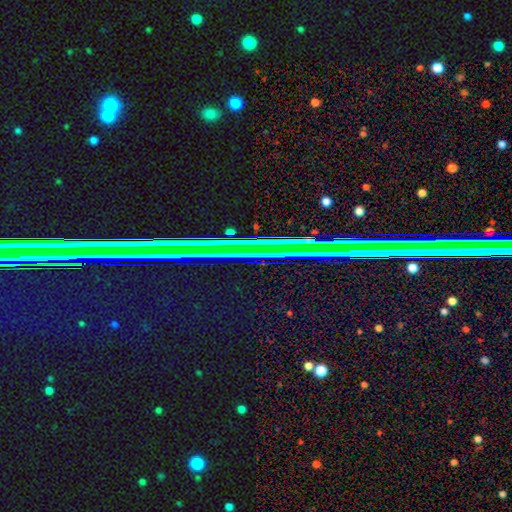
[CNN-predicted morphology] This is clearly a star or artifact rather than a galaxy (81%).